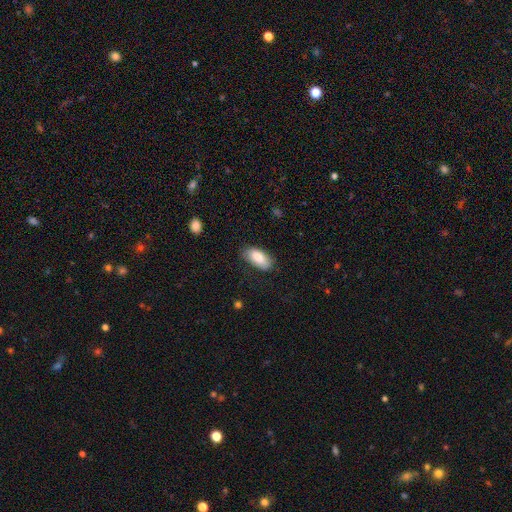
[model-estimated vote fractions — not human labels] smooth 86%, featured or disk 8%, star or artifact 6%. Down the decision tree: how rounded — in between (92%); merging — none (76%).